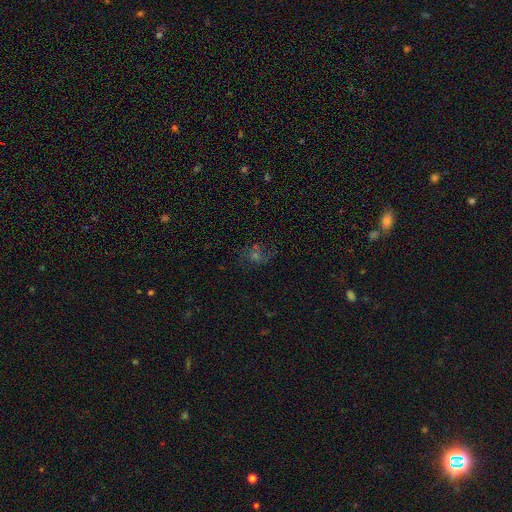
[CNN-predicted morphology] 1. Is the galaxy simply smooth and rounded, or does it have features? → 37% featured or disk, 35% star or artifact, 28% smooth.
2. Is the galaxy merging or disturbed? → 62% none, 17% minor disturbance, 17% major disturbance, 4% merger.